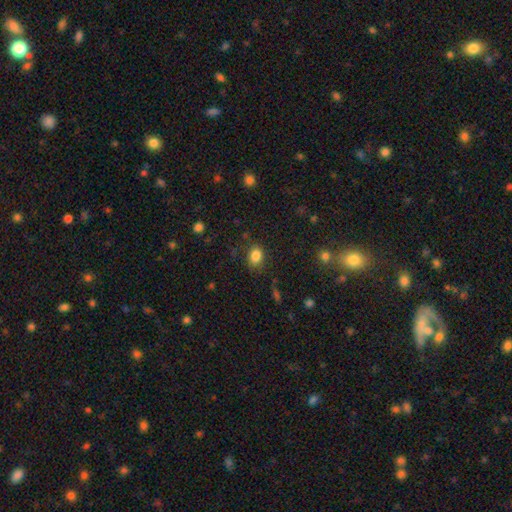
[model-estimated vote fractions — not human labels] smooth_or_featured: smooth (p=0.84) [alt: star or artifact p=0.11]
how_rounded: in between (p=0.64) [alt: round p=0.34]
merging: none (p=0.74) [alt: minor disturbance p=0.18]